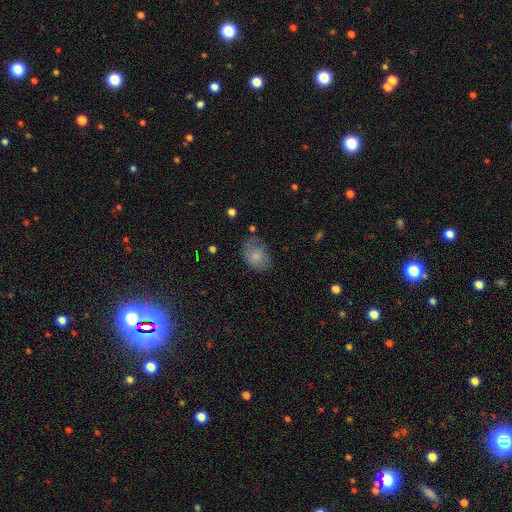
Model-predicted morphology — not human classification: Smooth or featured? smooth (79%)
How rounded? in between (75%)
Merging? none (64%)